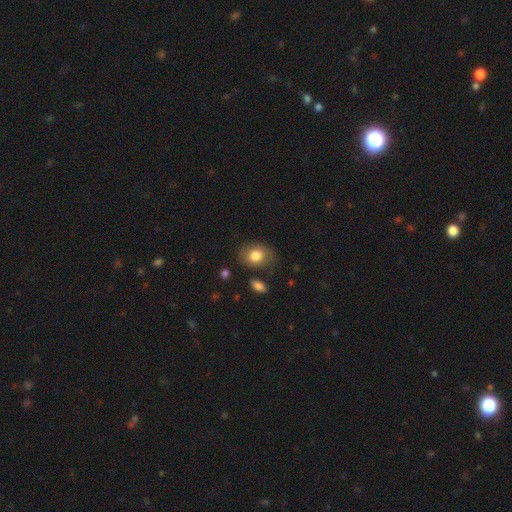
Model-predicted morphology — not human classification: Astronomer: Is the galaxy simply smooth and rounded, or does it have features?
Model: smooth — 80%.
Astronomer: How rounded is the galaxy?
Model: in between — 63%.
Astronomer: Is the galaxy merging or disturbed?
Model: none — 70%.